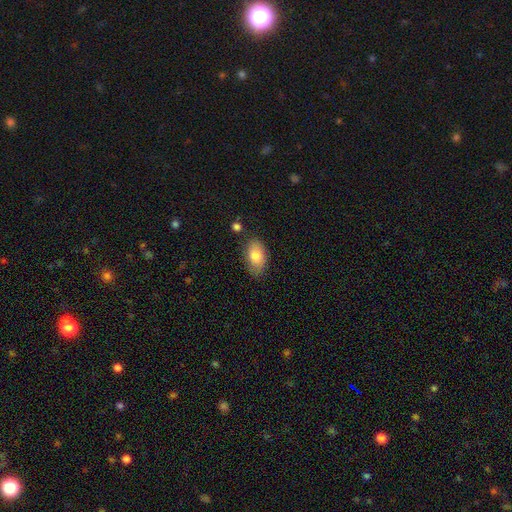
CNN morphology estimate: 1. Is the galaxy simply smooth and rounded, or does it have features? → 81% smooth, 12% featured or disk, 7% star or artifact.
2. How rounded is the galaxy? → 91% in between, 7% round, 2% cigar-shaped.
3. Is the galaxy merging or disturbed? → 78% none, 16% minor disturbance, 3% major disturbance, 3% merger.